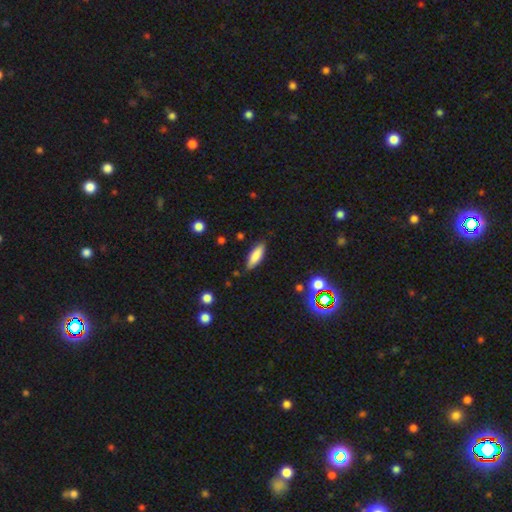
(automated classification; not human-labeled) Q: Smooth or featured?
A: smooth (81%); runner-up: featured or disk (12%)
Q: How rounded?
A: in between (59%); runner-up: cigar-shaped (40%)
Q: Merging?
A: none (85%); runner-up: minor disturbance (11%)